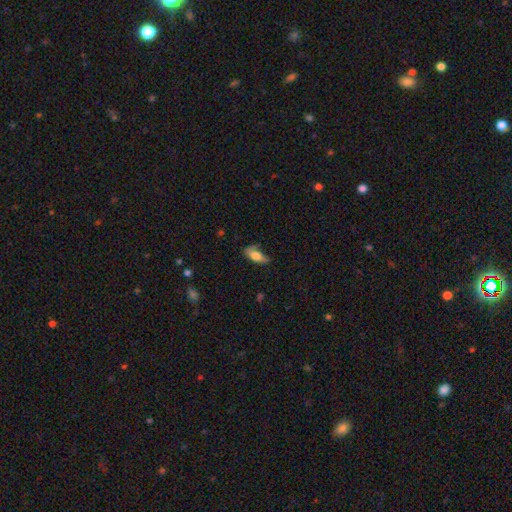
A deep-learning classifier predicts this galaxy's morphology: Smooth or featured? Predicted: smooth (p=0.71). How rounded? Predicted: in between (p=0.82). Merging? Predicted: none (p=0.44).